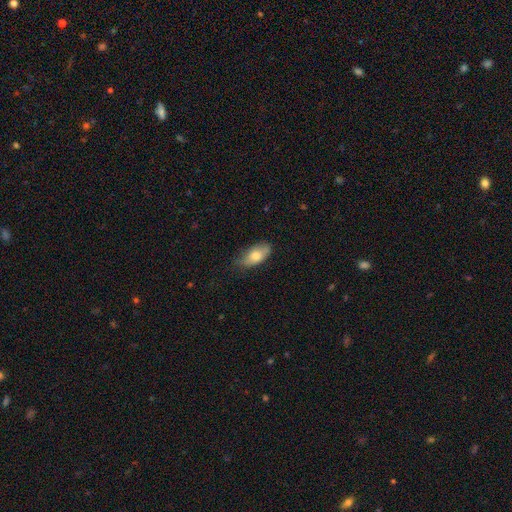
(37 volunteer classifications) This appears to be a smooth galaxy with no disk features (76%) that is in between round and cigar-shaped (96%). Merging: none (65%).